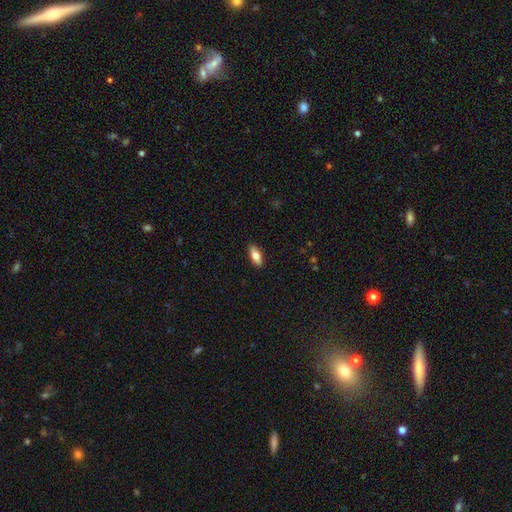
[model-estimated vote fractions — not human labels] This is likely a smooth galaxy (76%). How rounded: clearly in between (80%). Merging: clearly none (89%).